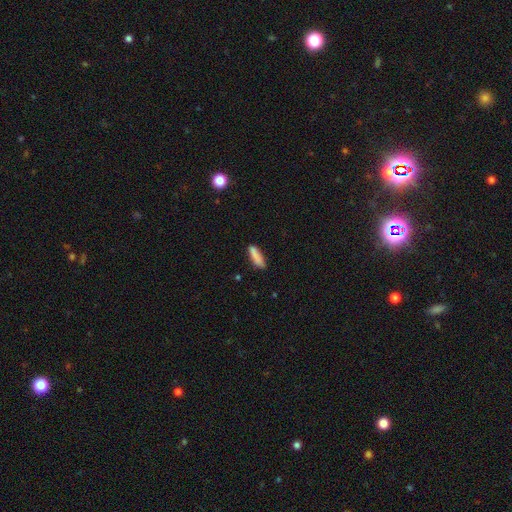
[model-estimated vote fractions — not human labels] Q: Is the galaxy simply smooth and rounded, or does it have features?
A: smooth — 85%.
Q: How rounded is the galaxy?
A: cigar-shaped — 62%.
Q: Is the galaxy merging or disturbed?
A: none — 75%.